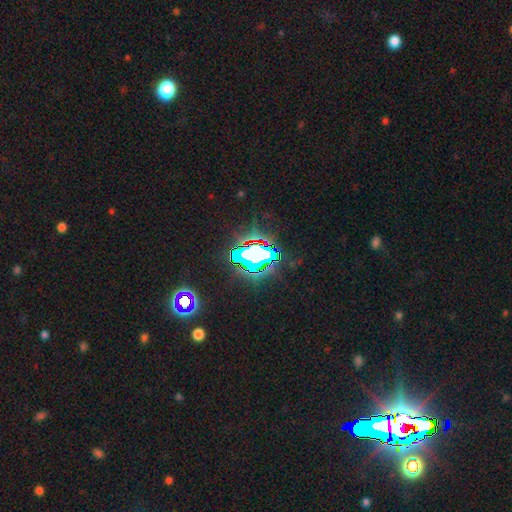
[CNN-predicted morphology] Smooth or featured: star or artifact — 67% (smooth — 17%)